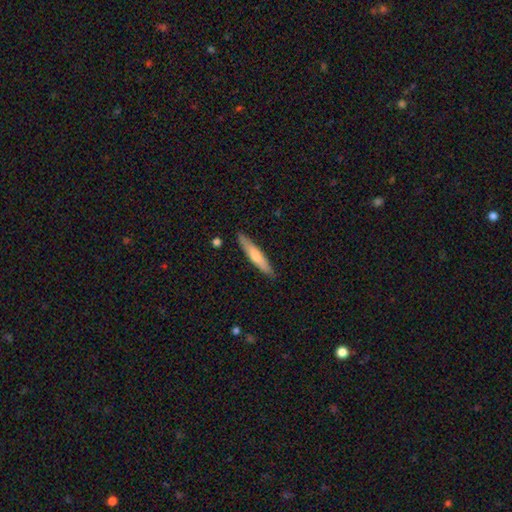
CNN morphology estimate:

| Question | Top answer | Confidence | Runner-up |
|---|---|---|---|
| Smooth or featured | smooth | 60% | featured or disk (35%) |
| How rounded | cigar-shaped | 90% | in between (8%) |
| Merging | none | 89% | minor disturbance (8%) |